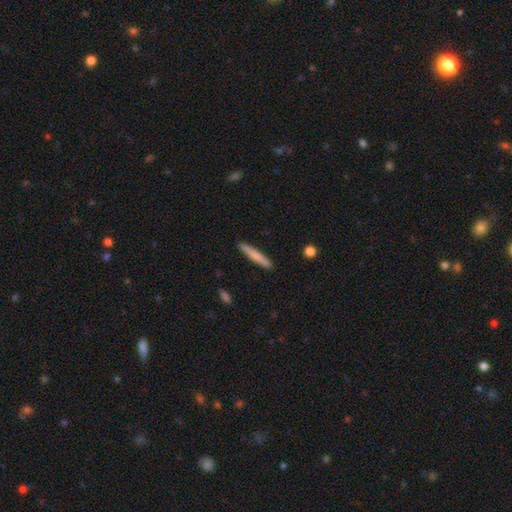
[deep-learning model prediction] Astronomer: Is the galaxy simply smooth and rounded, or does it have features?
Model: smooth — 72%.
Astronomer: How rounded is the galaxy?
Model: cigar-shaped — 95%.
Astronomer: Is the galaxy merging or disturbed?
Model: none — 90%.